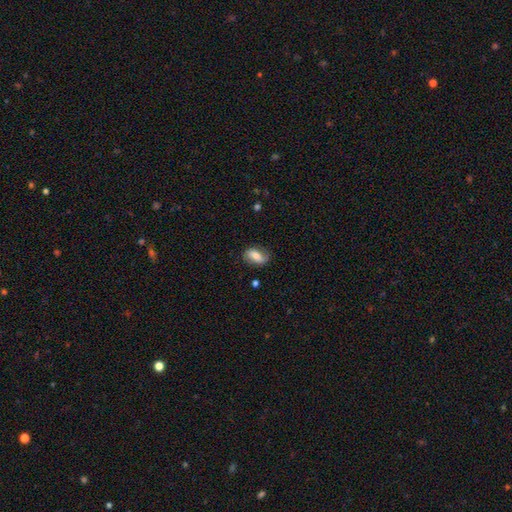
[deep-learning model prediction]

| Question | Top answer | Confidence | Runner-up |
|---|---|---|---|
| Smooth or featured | smooth | 63% | featured or disk (29%) |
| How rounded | in between | 85% | round (9%) |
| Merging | none | 72% | minor disturbance (20%) |